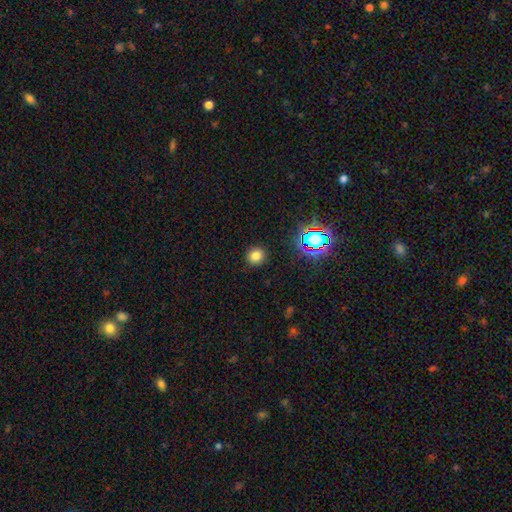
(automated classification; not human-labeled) Morphology: type=smooth (77%); roundness=round (88%); merging=none (90%).